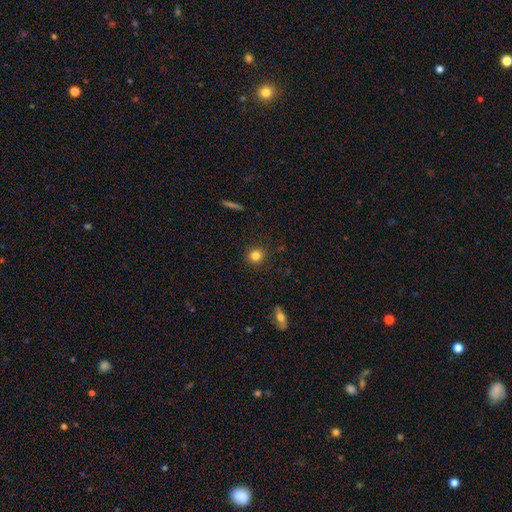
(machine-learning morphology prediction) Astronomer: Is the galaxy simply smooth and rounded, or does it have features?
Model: smooth — 82%.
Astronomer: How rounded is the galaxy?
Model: round — 90%.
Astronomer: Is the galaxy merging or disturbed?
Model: none — 88%.